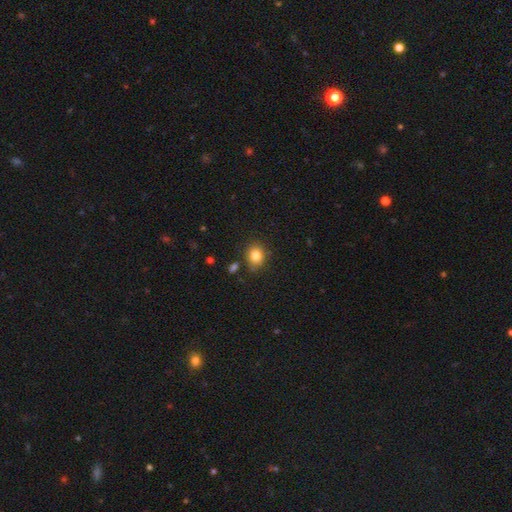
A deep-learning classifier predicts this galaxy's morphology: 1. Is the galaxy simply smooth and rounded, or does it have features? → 82% smooth, 11% star or artifact, 7% featured or disk.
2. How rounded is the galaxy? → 65% round, 34% in between, 1% cigar-shaped.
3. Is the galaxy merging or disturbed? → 80% none, 12% minor disturbance, 5% merger, 3% major disturbance.